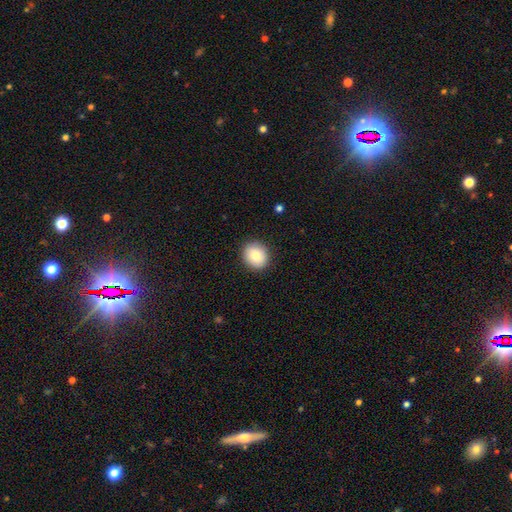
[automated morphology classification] smooth 83%, featured or disk 9%, star or artifact 8%. Down the decision tree: how rounded — round (74%); merging — none (89%).